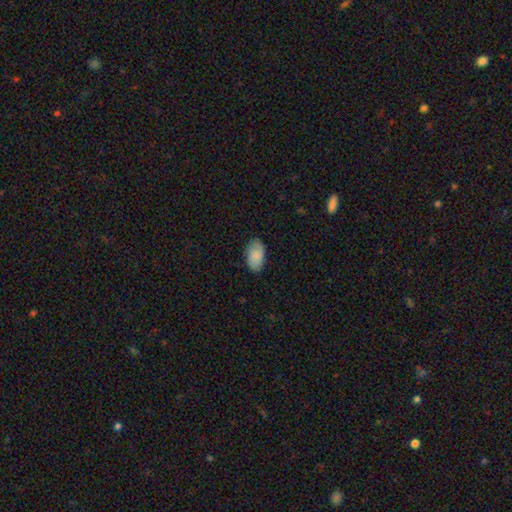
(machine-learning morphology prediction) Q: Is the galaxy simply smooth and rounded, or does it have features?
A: smooth — 81%.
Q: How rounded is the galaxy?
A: in between — 94%.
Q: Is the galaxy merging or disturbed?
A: none — 84%.